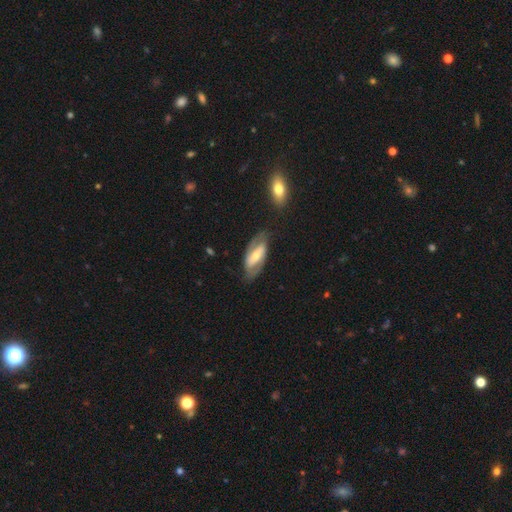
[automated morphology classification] A featured or disk galaxy (74%) with a strong bar (53%), 2 (85%) medium (44%) spiral arms (80%) and a moderate central bulge (53%). Merging: none (75%).